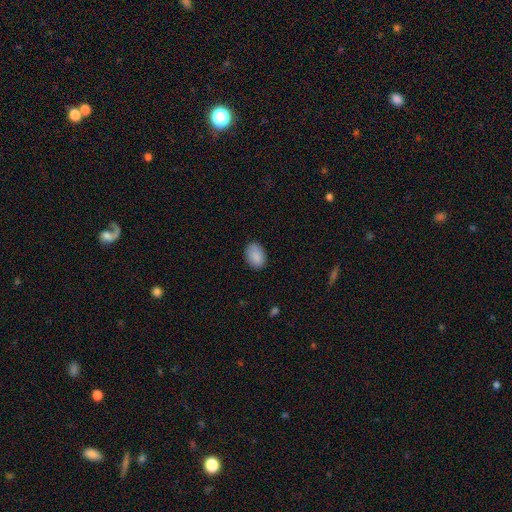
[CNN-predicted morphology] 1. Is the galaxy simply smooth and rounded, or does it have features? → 89% smooth, 7% star or artifact, 4% featured or disk.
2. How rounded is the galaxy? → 83% in between, 16% round, 1% cigar-shaped.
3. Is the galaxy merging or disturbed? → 85% none, 11% minor disturbance, 2% major disturbance, 1% merger.